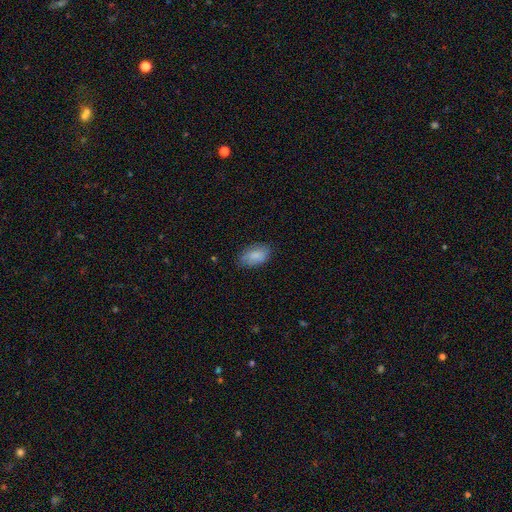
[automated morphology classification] smooth 83%, featured or disk 9%, star or artifact 7%. Down the decision tree: how rounded — in between (92%); merging — none (74%).